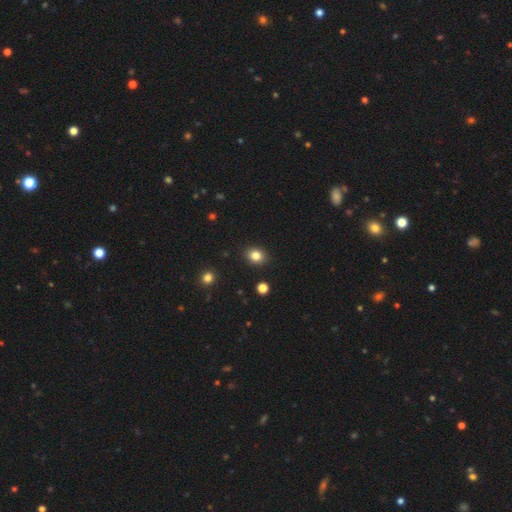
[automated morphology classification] smooth 82%, star or artifact 11%, featured or disk 6%. Down the decision tree: how rounded — round (56%); merging — none (90%).